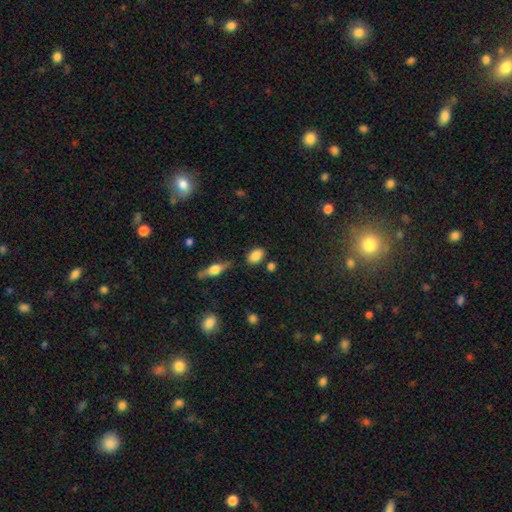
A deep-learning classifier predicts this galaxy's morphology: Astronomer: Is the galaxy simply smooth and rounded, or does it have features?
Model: smooth — 85%.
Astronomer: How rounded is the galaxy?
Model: in between — 84%.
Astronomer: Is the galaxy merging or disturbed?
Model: none — 78%.